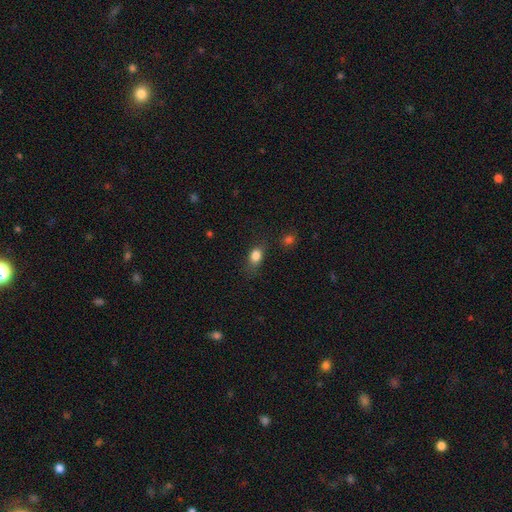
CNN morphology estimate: Overall: smooth (82%). How rounded: in between (70%). Merging: none (62%; minor disturbance 24%).